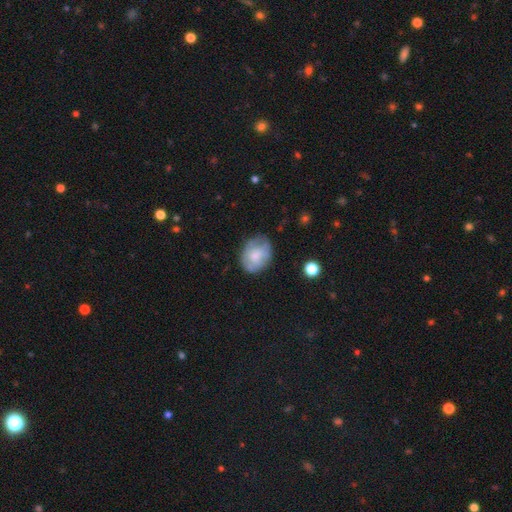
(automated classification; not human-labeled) A smooth galaxy with no disk features (63%) that is in between round and cigar-shaped (60%).

Vote fractions:
- Smooth or featured? smooth: 63% / featured or disk: 29% / star or artifact: 8%
- How rounded? in between: 60% / round: 39% / cigar-shaped: 1%
- Merging? none: 66% / minor disturbance: 24% / major disturbance: 8% / merger: 2%